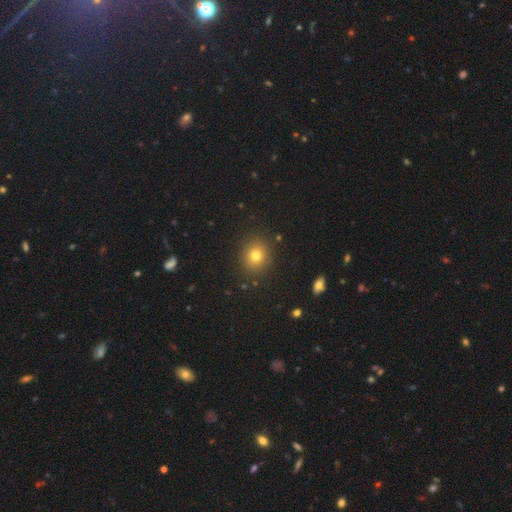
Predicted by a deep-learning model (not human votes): smooth-or-featured: smooth: 76% | star or artifact: 16% | featured or disk: 9%
  how-rounded: round: 80% | in between: 19% | cigar-shaped: 1%
  merging: none: 89% | minor disturbance: 7% | major disturbance: 2% | merger: 2%